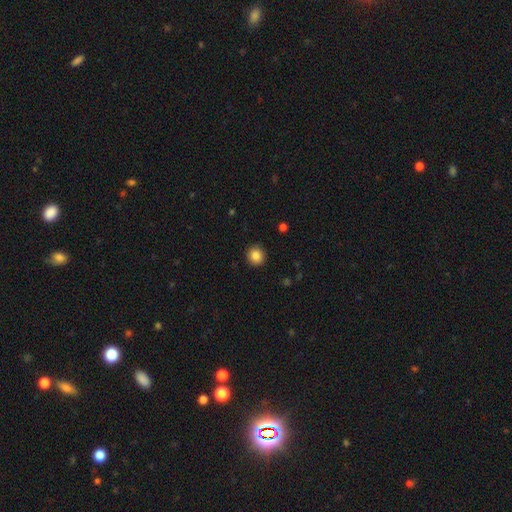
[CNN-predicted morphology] type=smooth (86%); roundness=round (92%); merging=none (92%).